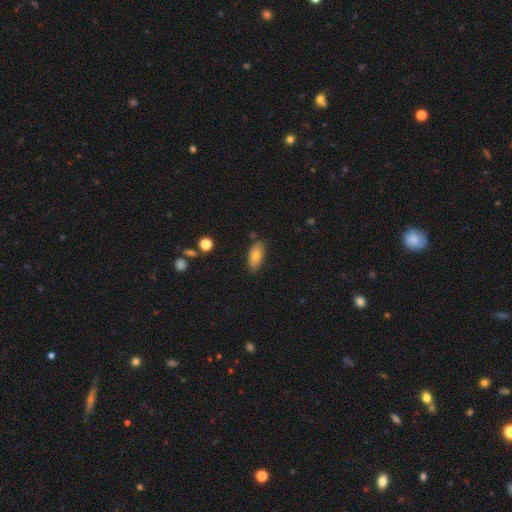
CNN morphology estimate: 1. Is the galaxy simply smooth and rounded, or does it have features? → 76% smooth, 17% featured or disk, 7% star or artifact.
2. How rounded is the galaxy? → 88% in between, 9% cigar-shaped, 3% round.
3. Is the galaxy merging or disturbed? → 82% none, 13% minor disturbance, 2% major disturbance, 2% merger.